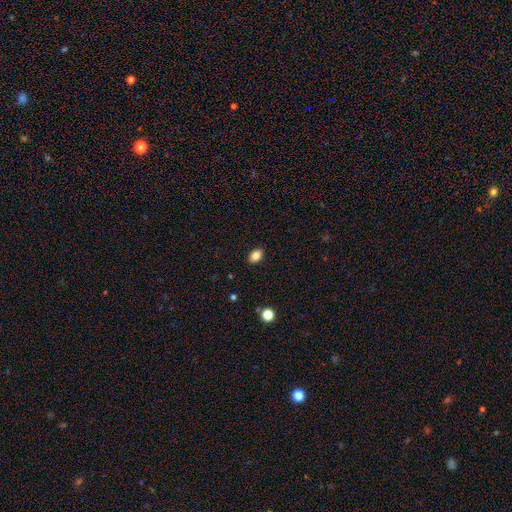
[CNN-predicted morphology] Smooth or featured? Predicted: smooth (p=0.84). How rounded? Predicted: in between (p=0.83). Merging? Predicted: none (p=0.90).